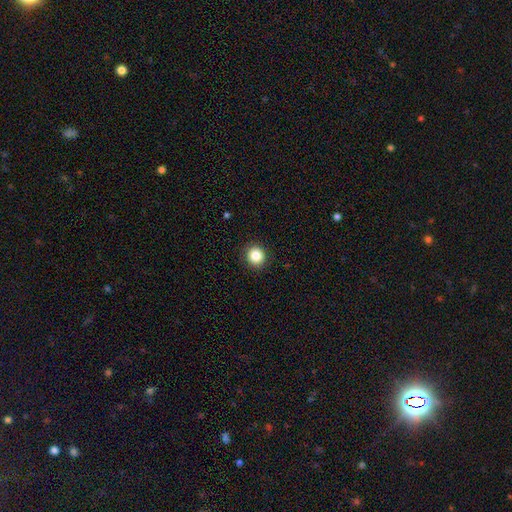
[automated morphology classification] This is clearly a smooth galaxy (84%). How rounded: clearly round (91%). Merging: clearly none (92%).